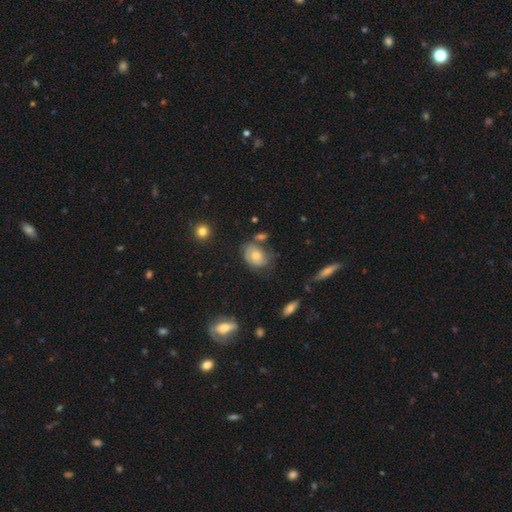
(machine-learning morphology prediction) Smooth or featured?
  - smooth: 52% *
  - featured or disk: 39%
  - star or artifact: 9%
How rounded?
  - in between: 76% *
  - round: 22%
  - cigar-shaped: 1%
Merging?
  - none: 49% *
  - minor disturbance: 28%
  - major disturbance: 14%
  - merger: 9%